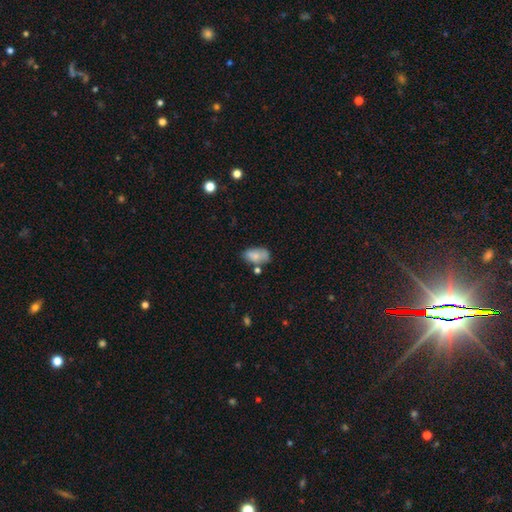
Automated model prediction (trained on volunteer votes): smooth-or-featured: smooth: 78% | featured or disk: 14% | star or artifact: 8%
  how-rounded: in between: 92% | round: 6% | cigar-shaped: 2%
  merging: none: 55% | minor disturbance: 26% | merger: 12% | major disturbance: 7%